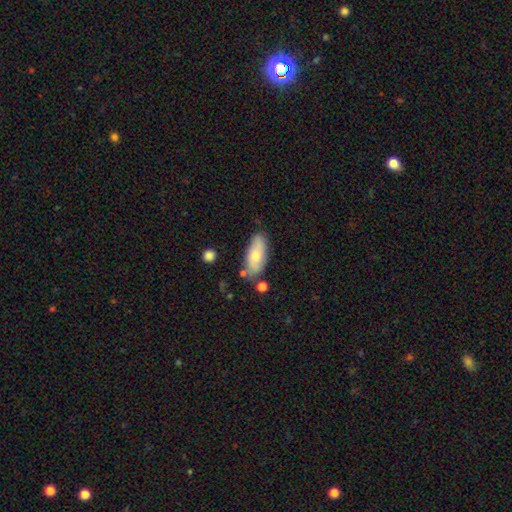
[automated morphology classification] The model was most divided on "smooth or featured": smooth: 70%, featured or disk: 24%, star or artifact: 6%. More confident: how rounded — in between (83%); merging — none (73%).